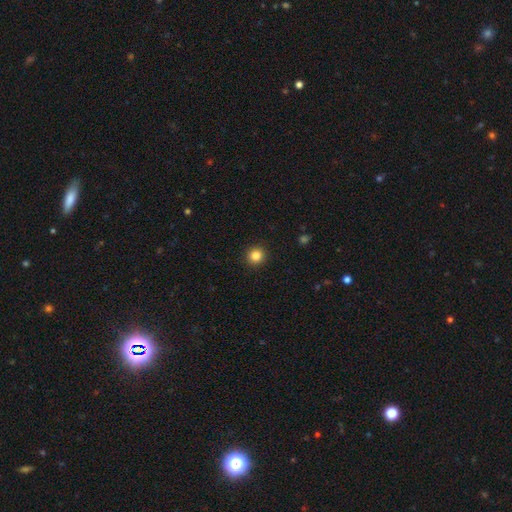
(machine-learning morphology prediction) This is clearly a smooth galaxy (83%). How rounded: clearly round (93%). Merging: clearly none (92%).